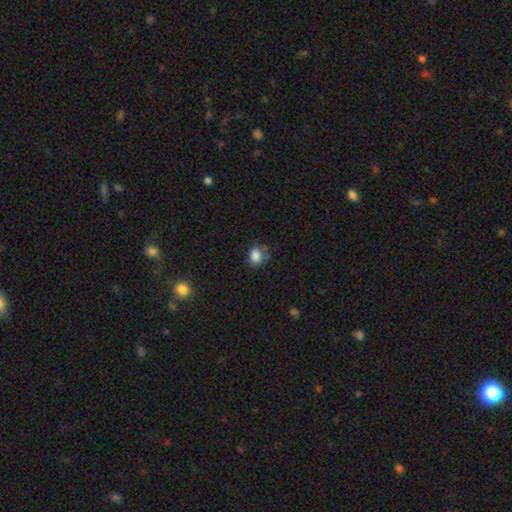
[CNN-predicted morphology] This is clearly a smooth galaxy (85%). How rounded: likely round (62%). Merging: likely none (66%).